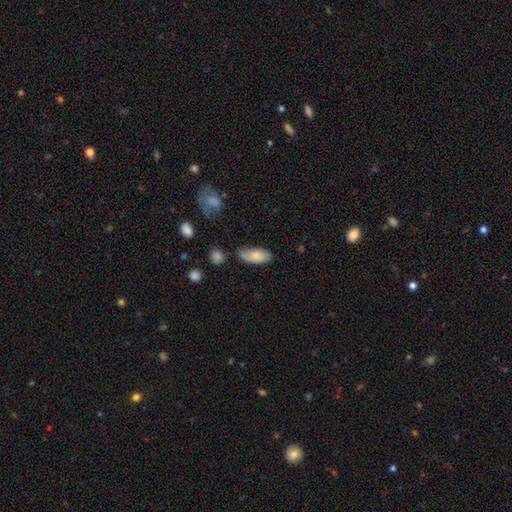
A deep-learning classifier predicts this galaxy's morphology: smooth 77%, featured or disk 16%, star or artifact 7%. Down the decision tree: how rounded — in between (88%); merging — none (65%).